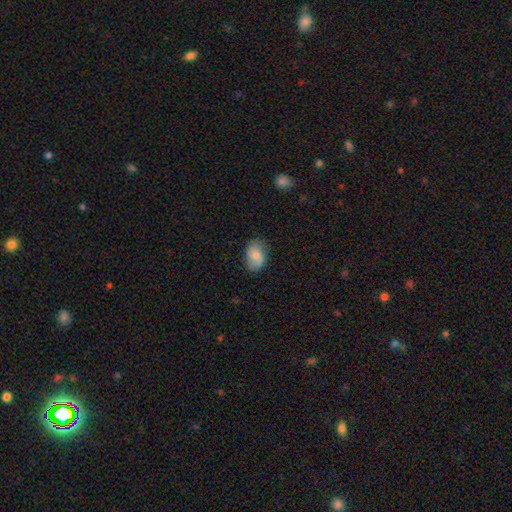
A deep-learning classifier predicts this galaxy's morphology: smooth_or_featured: smooth (p=0.72) [alt: featured or disk p=0.20]
how_rounded: in between (p=0.85) [alt: round p=0.14]
merging: none (p=0.73) [alt: minor disturbance p=0.21]